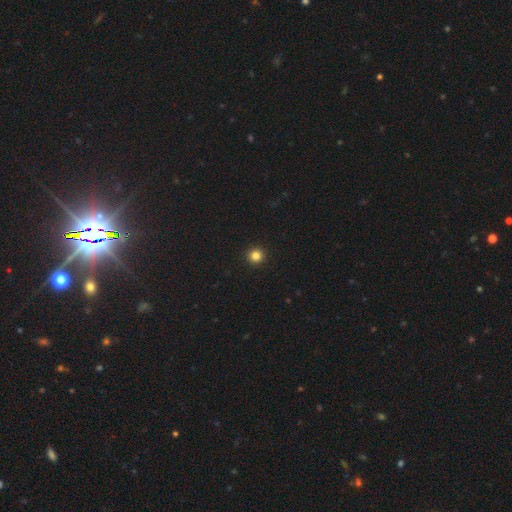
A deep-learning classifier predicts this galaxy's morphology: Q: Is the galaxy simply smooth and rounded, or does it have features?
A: smooth — 84%.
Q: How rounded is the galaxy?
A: round — 96%.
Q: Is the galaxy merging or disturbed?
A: none — 94%.